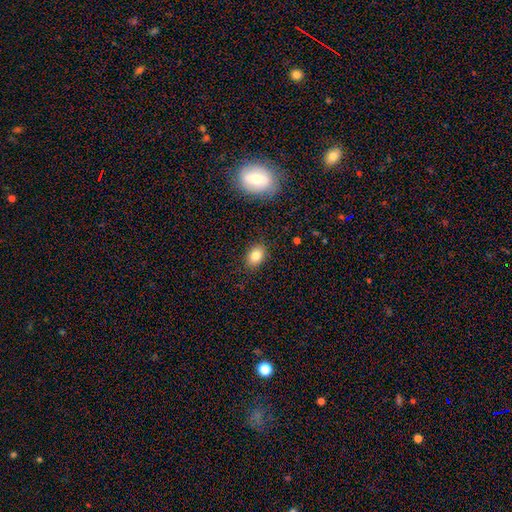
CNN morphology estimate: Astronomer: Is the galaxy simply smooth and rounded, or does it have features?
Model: smooth — 81%.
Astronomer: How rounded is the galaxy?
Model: in between — 78%.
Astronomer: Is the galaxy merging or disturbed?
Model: none — 87%.